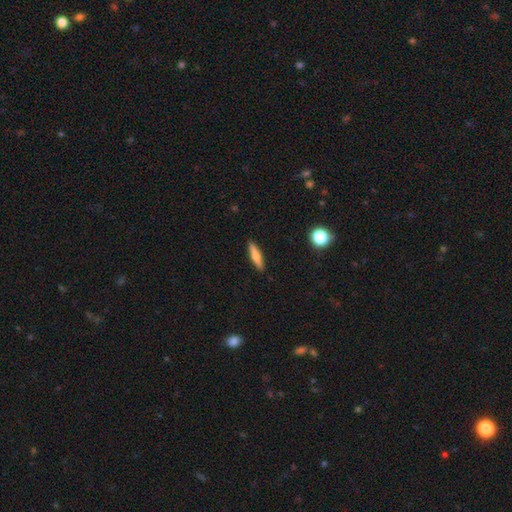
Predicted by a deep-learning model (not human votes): Smooth or featured: smooth — 70% (featured or disk — 24%)
How rounded: cigar-shaped — 82% (in between — 15%)
Merging: none — 90% (minor disturbance — 7%)